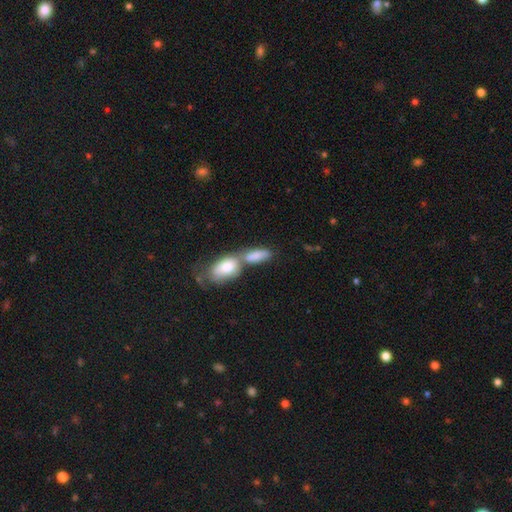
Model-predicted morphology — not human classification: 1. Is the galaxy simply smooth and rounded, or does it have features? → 80% smooth, 13% featured or disk, 6% star or artifact.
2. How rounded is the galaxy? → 85% in between, 11% cigar-shaped, 3% round.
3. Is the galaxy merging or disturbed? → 65% merger, 22% none, 8% minor disturbance, 5% major disturbance.